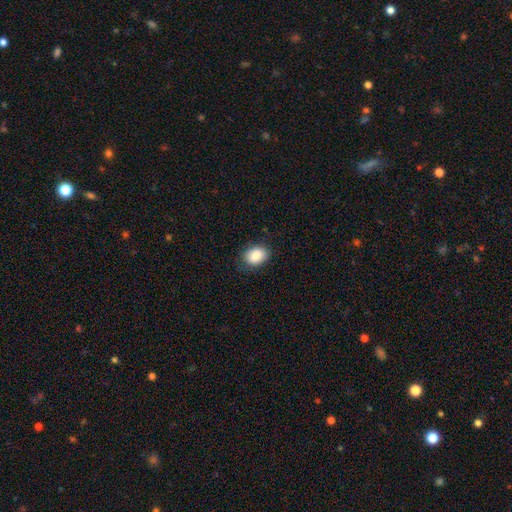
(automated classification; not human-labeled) This is clearly a smooth galaxy (88%). How rounded: likely in between (74%). Merging: clearly none (82%).